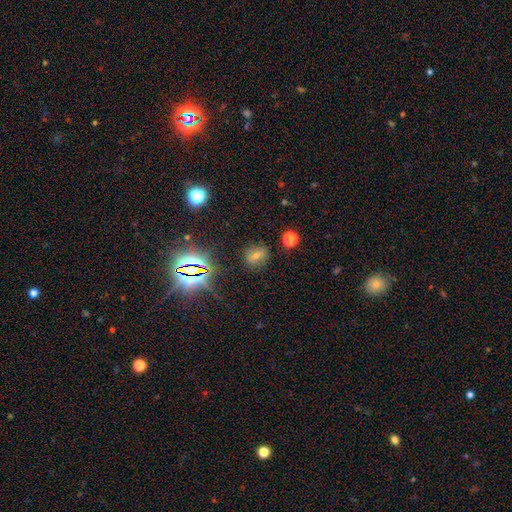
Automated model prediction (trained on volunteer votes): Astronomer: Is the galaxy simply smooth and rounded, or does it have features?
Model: smooth — 50% (runner-up: star or artifact, 30%).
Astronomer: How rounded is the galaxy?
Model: round — 62%.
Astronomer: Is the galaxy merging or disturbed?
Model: none — 80%.